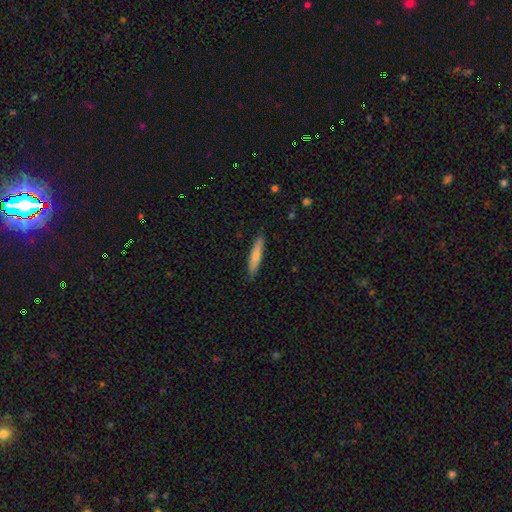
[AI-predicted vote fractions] This is likely a smooth galaxy (74%). How rounded: clearly cigar-shaped (86%). Merging: clearly none (87%).